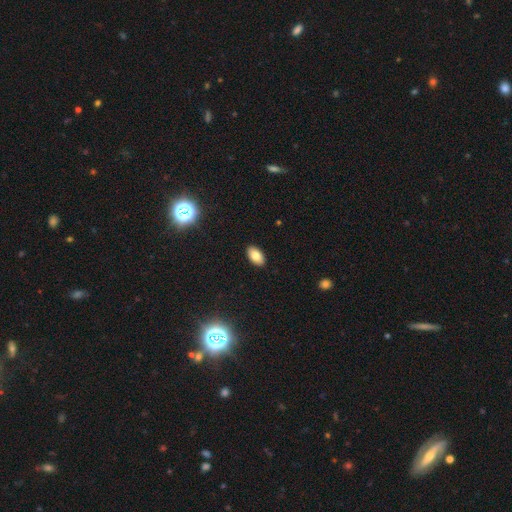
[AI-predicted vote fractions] smooth 80%, featured or disk 10%, star or artifact 10%. Down the decision tree: how rounded — in between (94%); merging — none (90%).